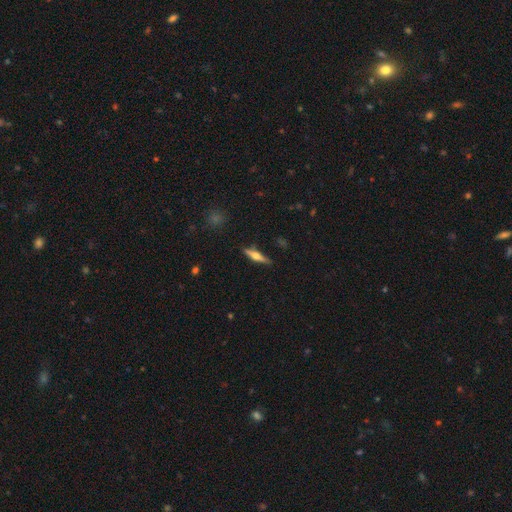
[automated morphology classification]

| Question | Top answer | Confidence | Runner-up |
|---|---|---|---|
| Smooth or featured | featured or disk | 62% | smooth (32%) |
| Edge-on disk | yes | 96% | no (4%) |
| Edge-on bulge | rounded | 93% | boxy (4%) |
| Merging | none | 86% | minor disturbance (10%) |